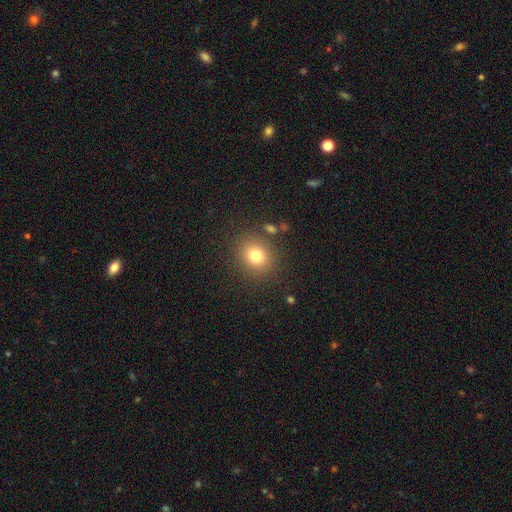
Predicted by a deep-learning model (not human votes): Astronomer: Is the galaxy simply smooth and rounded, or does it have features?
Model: smooth — 79%.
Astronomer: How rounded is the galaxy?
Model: round — 72%.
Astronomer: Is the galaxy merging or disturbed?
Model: none — 85%.